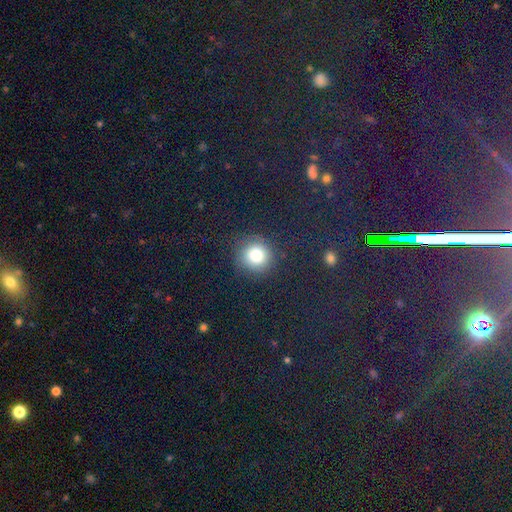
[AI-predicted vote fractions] Q: Smooth or featured?
A: smooth (80%); runner-up: star or artifact (13%)
Q: How rounded?
A: round (91%); runner-up: in between (8%)
Q: Merging?
A: none (86%); runner-up: minor disturbance (9%)